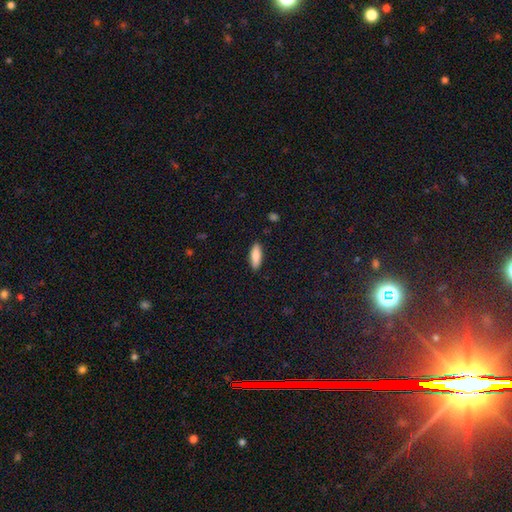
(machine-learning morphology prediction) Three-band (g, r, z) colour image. It shows a smooth galaxy with no disk features (85%) that is in between round and cigar-shaped (58%). Merging: none (89%).